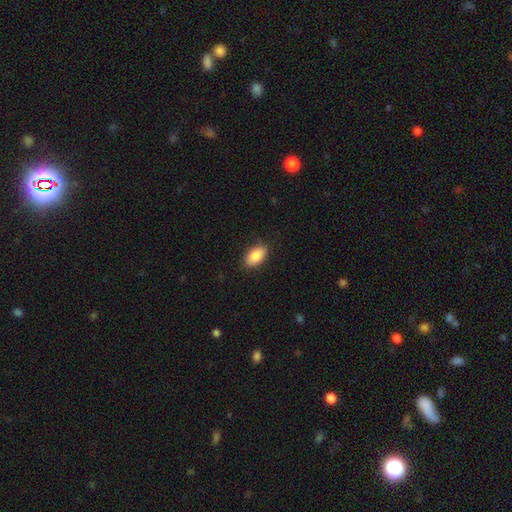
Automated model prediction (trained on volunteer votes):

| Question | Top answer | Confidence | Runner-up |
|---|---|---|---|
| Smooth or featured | smooth | 88% | star or artifact (7%) |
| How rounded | in between | 93% | round (4%) |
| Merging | none | 86% | minor disturbance (11%) |